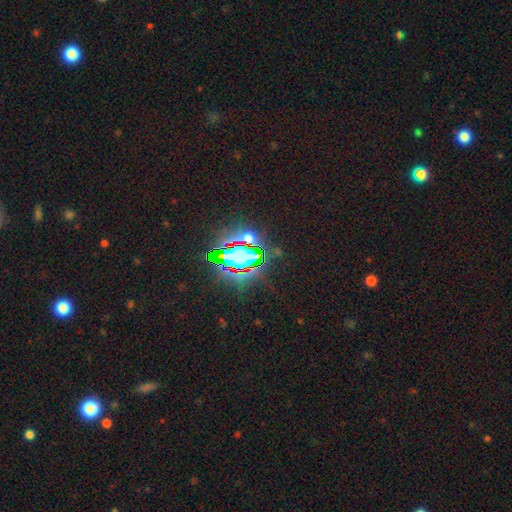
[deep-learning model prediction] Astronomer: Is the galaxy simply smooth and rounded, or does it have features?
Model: star or artifact — 81%.